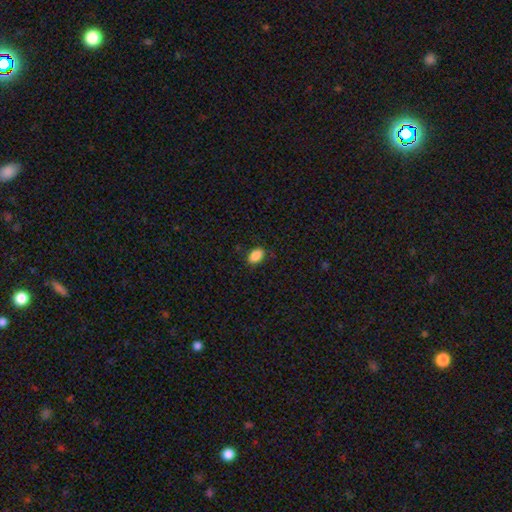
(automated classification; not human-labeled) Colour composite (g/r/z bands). It shows a smooth galaxy with no disk features (88%) that is in between round and cigar-shaped (88%). Merging: none (84%).